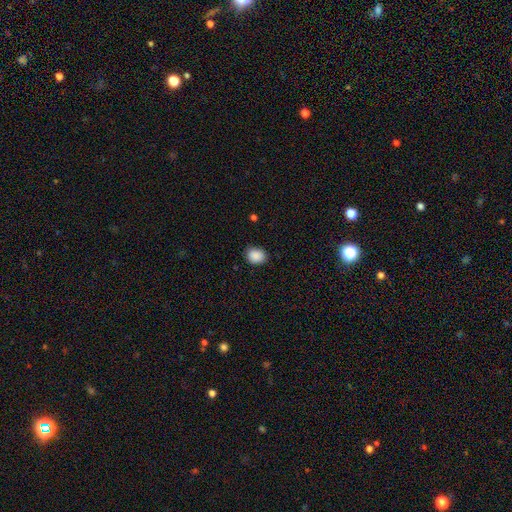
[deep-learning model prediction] This is clearly a smooth galaxy (89%). How rounded: possibly round (53%). Merging: clearly none (86%).